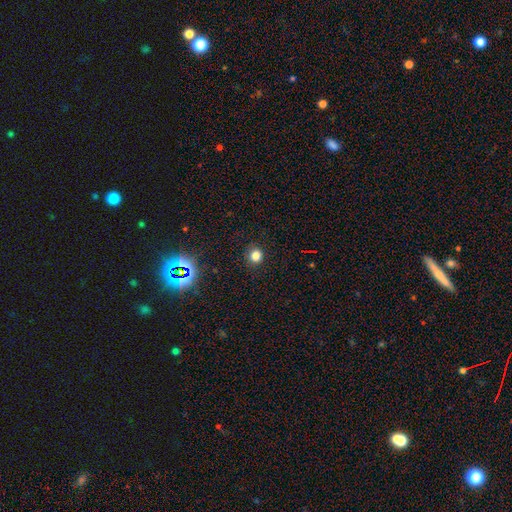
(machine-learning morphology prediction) This appears to be a smooth galaxy with no disk features (80%) that is round (85%). Merging: none (89%).